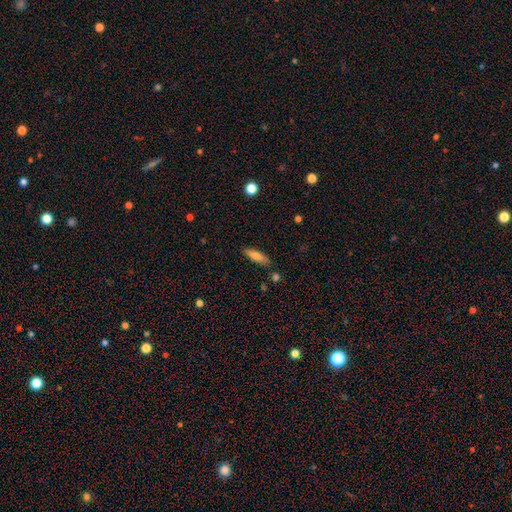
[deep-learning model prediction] Smooth or featured? smooth (74%)
How rounded? cigar-shaped (54%)
Merging? none (82%)